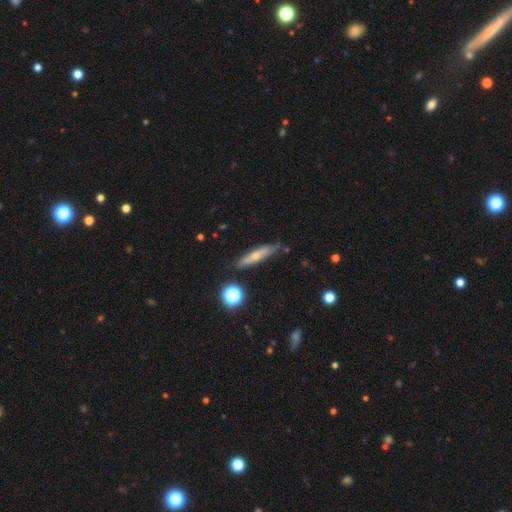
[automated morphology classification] smooth 48%, featured or disk 43%, star or artifact 9%. Down the decision tree: merging — none (75%).